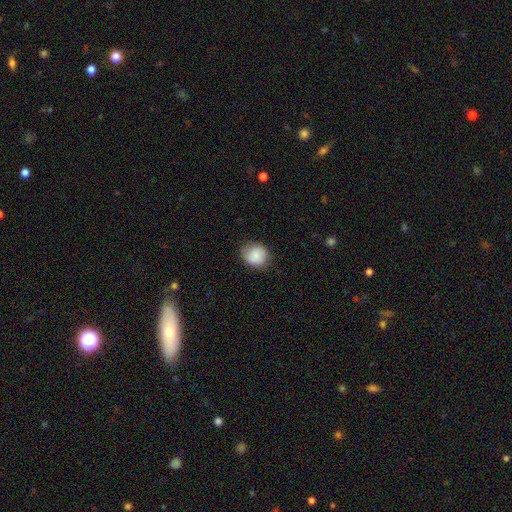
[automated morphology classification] The model was most divided on "how rounded": round: 73%, in between: 26%, cigar-shaped: 1%. More confident: smooth or featured — smooth (85%); merging — none (78%).